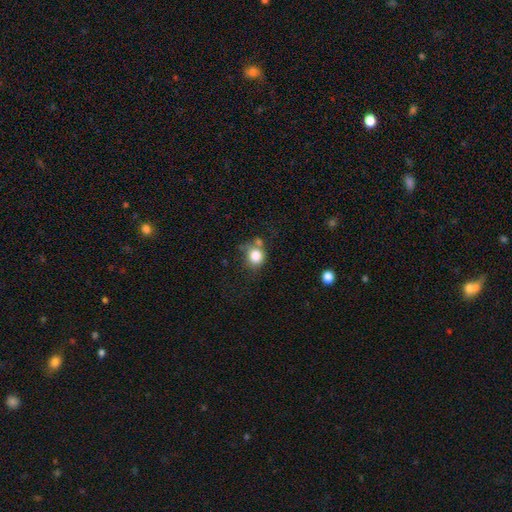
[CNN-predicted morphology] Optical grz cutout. It shows a smooth galaxy with no disk features (82%) that is round (80%). Merging: none (53%).